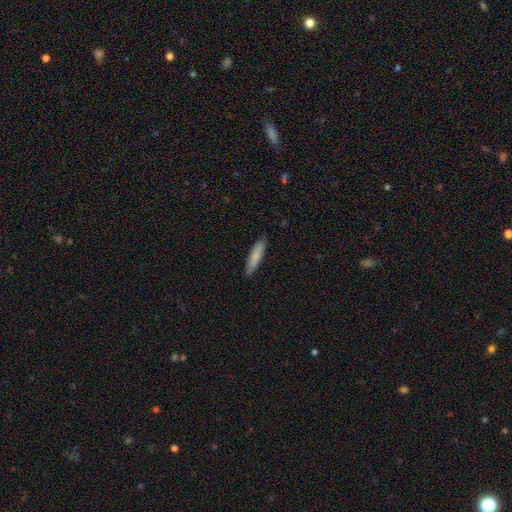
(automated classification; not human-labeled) smooth_or_featured: smooth (p=0.82) [alt: featured or disk p=0.12]
how_rounded: cigar-shaped (p=0.82) [alt: in between p=0.17]
merging: none (p=0.88) [alt: minor disturbance p=0.09]